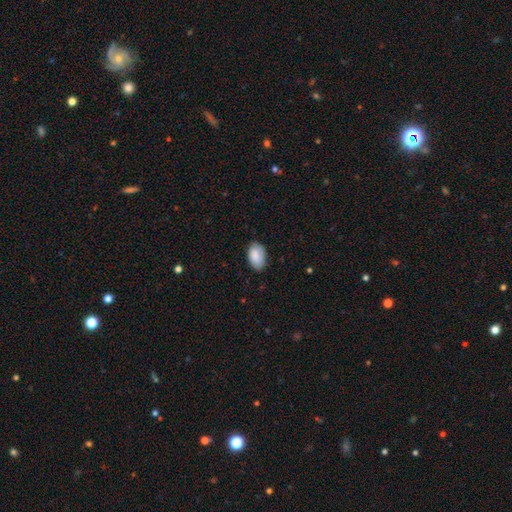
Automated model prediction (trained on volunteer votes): Smooth or featured?
  - smooth: 86% *
  - featured or disk: 8%
  - star or artifact: 6%
How rounded?
  - in between: 91% *
  - round: 7%
  - cigar-shaped: 1%
Merging?
  - none: 76% *
  - minor disturbance: 20%
  - major disturbance: 3%
  - merger: 1%